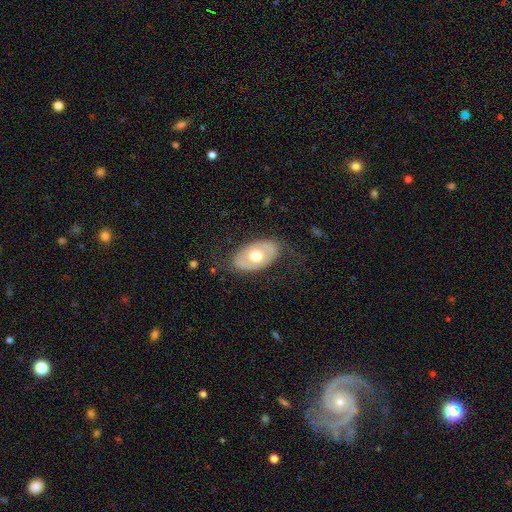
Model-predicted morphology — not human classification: featured or disk 50%, smooth 44%, star or artifact 6%. Down the decision tree: edge-on disk — no (89%); merging — none (74%).